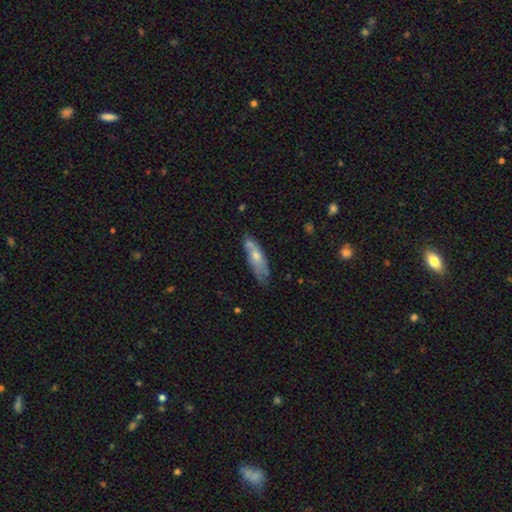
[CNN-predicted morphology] type=smooth (47%); merging=none (59%).